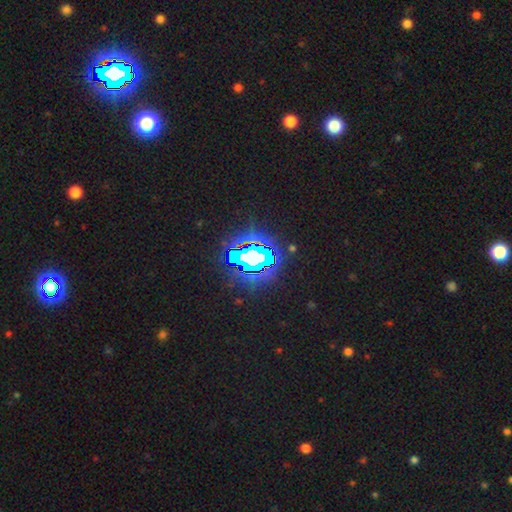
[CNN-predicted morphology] The model was most divided on "smooth or featured": star or artifact: 74%, smooth: 14%, featured or disk: 13%.